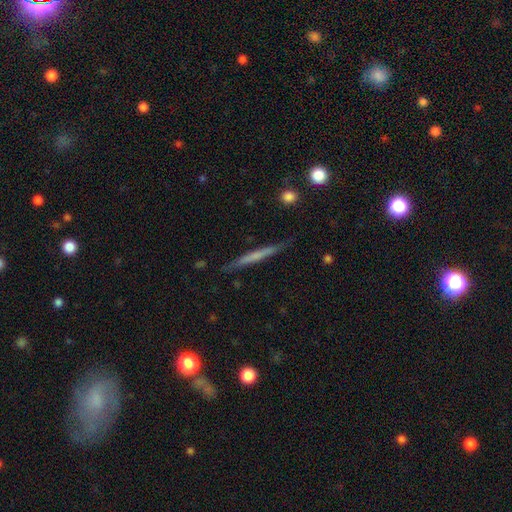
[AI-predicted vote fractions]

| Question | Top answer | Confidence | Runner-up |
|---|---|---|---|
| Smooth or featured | featured or disk | 48% | smooth (46%) |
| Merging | none | 85% | minor disturbance (11%) |